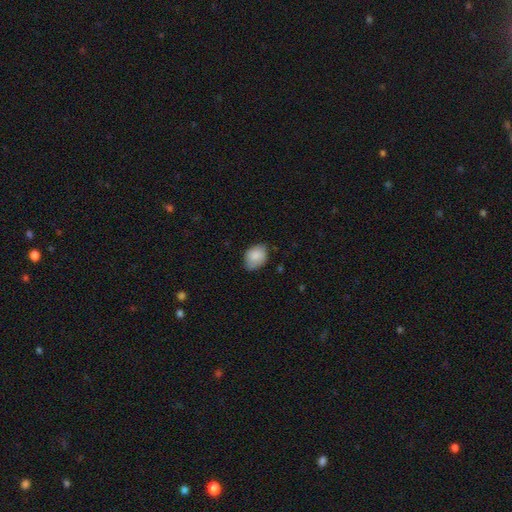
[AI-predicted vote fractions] Smooth or featured? Predicted: smooth (p=0.86). How rounded? Predicted: in between (p=0.73). Merging? Predicted: none (p=0.69).